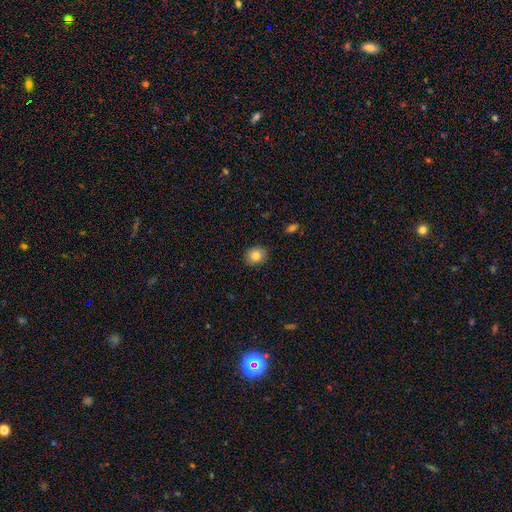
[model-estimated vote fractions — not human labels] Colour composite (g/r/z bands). It shows a smooth galaxy with no disk features (82%) that is round (69%). Merging: none (88%).